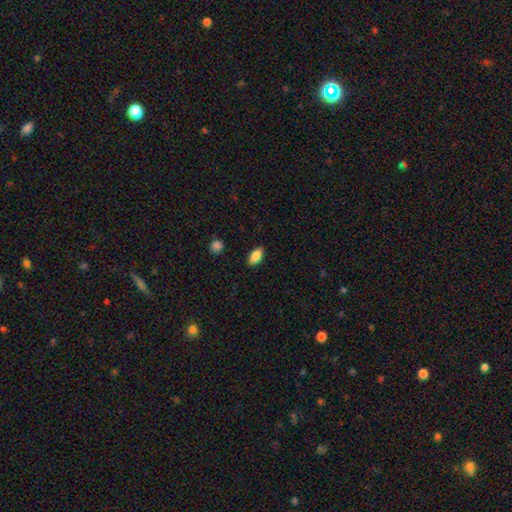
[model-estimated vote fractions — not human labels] Overall: smooth (87%). How rounded: in between (91%). Merging: none (88%).